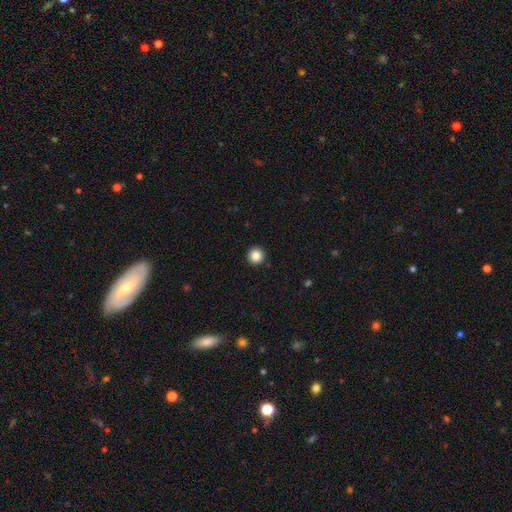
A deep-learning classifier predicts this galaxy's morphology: A smooth galaxy with no disk features (86%) that is round (96%).

Vote fractions:
- Smooth or featured? smooth: 86% / star or artifact: 10% / featured or disk: 4%
- How rounded? round: 96% / in between: 3% / cigar-shaped: 1%
- Merging? none: 93% / minor disturbance: 4% / major disturbance: 1% / merger: 1%